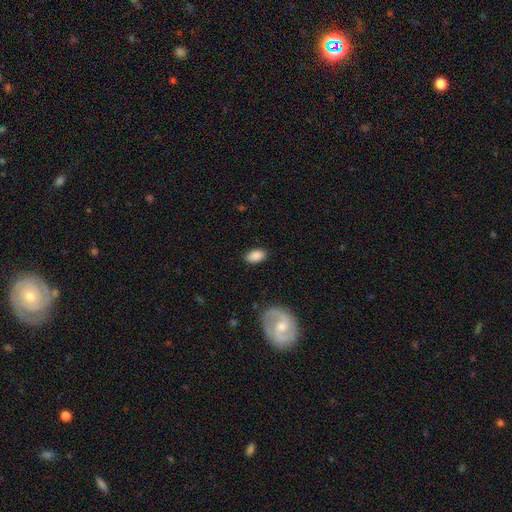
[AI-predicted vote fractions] Overall: smooth (86%). How rounded: in between (92%). Merging: none (85%).